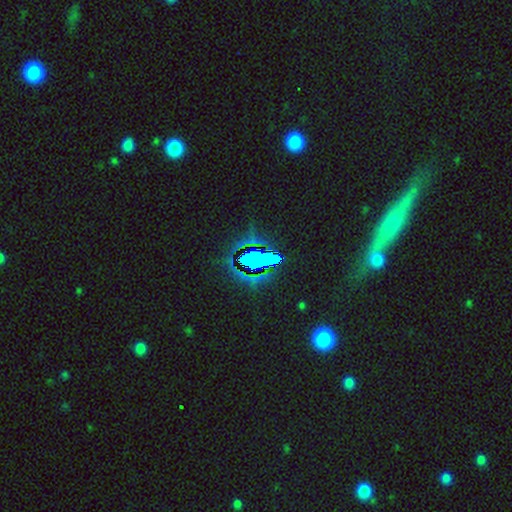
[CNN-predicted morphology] This appears to be a star or artifact, not a galaxy (70%).